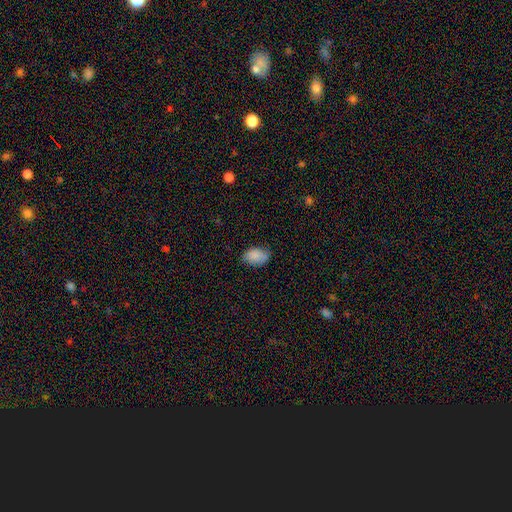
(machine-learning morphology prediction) type=smooth (87%); roundness=in between (90%); merging=none (76%).